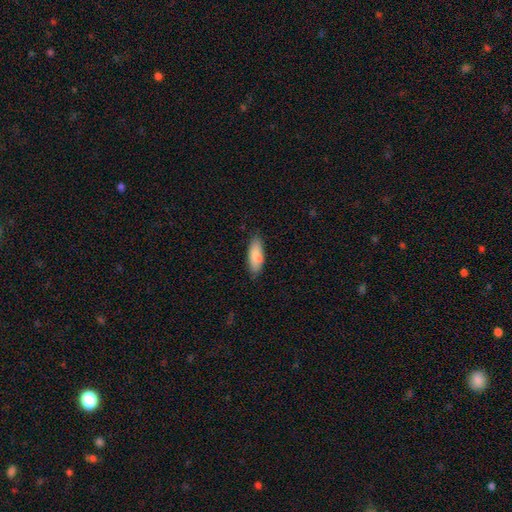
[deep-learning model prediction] This is clearly a smooth galaxy (86%). How rounded: likely in between (67%). Merging: clearly none (81%).